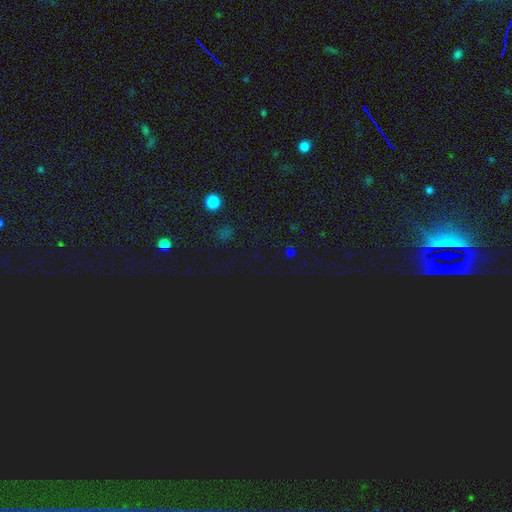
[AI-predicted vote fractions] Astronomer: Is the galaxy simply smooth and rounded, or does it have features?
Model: star or artifact — 67%.